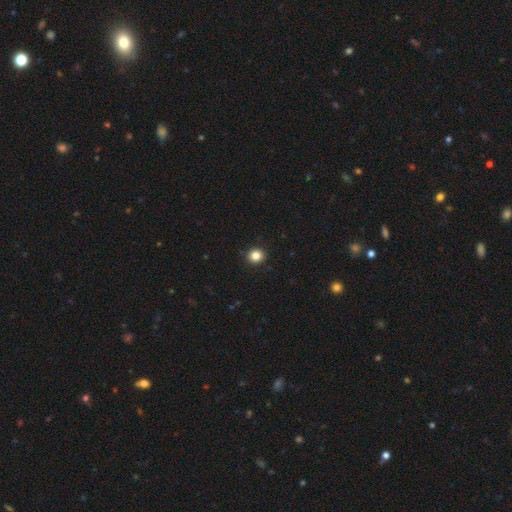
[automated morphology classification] smooth_or_featured: smooth (p=0.85) [alt: star or artifact p=0.11]
how_rounded: round (p=0.86) [alt: in between p=0.13]
merging: none (p=0.93) [alt: minor disturbance p=0.05]